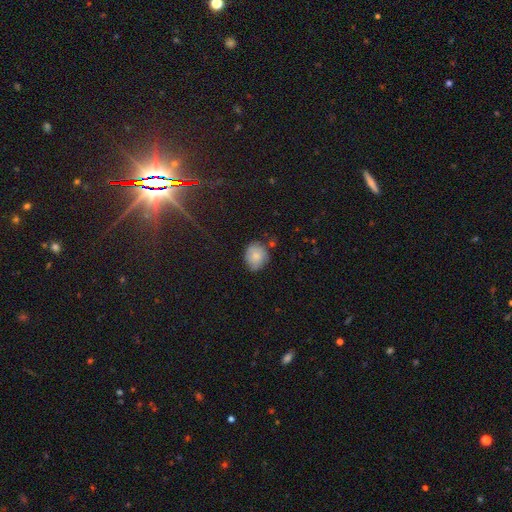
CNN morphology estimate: Smooth or featured: smooth — 70% (featured or disk — 20%)
How rounded: round — 61% (in between — 38%)
Merging: none — 66% (minor disturbance — 26%)